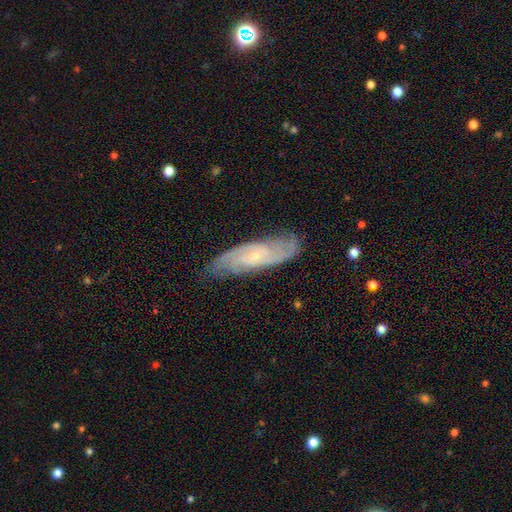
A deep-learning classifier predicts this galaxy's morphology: Smooth or featured?
  - featured or disk: 84% *
  - smooth: 10%
  - star or artifact: 6%
Edge-on disk?
  - no: 88% *
  - yes: 12%
Bar?
  - no: 56% *
  - weak: 36%
  - strong: 9%
Spiral arms?
  - yes: 97% *
  - no: 3%
Spiral winding?
  - tight: 52% *
  - medium: 39%
  - loose: 10%
Spiral arm count?
  - 2: 44% *
  - can't tell: 22%
  - 3: 17%
  - 4: 8%
  - more than 4: 4%
  - 1: 4%
Bulge size?
  - small: 78% *
  - moderate: 14%
  - none: 6%
  - large: 1%
  - dominant: 1%
Merging?
  - none: 79% *
  - minor disturbance: 16%
  - major disturbance: 4%
  - merger: 1%